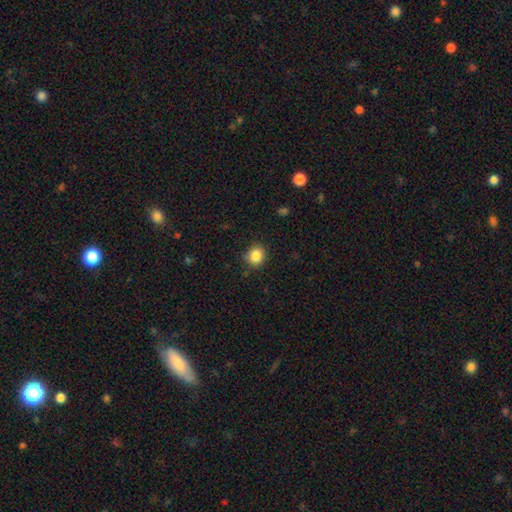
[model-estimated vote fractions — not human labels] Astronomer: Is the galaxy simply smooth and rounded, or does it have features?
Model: smooth — 86%.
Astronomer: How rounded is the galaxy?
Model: round — 74%.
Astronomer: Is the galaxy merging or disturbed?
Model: none — 85%.